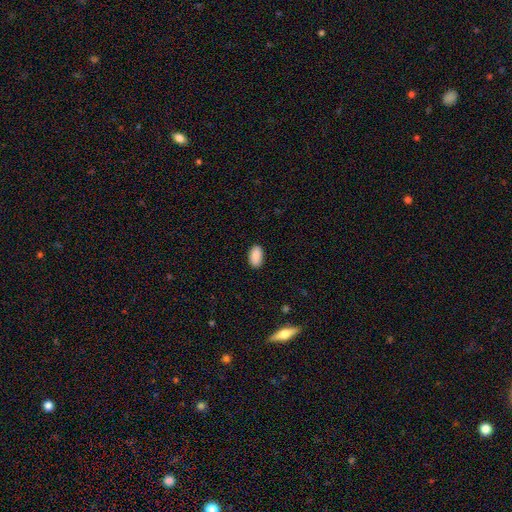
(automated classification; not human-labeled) Smooth or featured: smooth — 90% (star or artifact — 7%)
How rounded: in between — 94% (round — 4%)
Merging: none — 88% (minor disturbance — 9%)